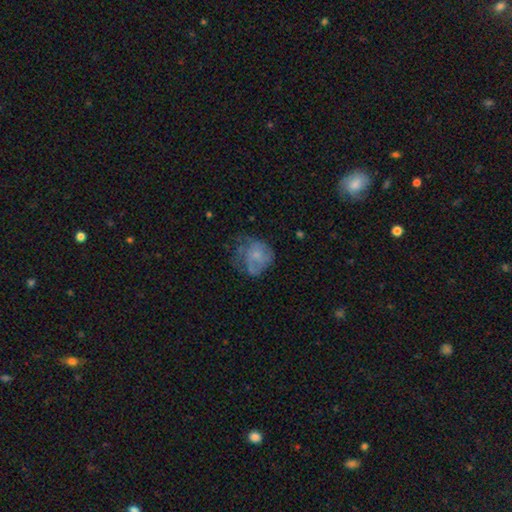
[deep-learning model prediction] This is possibly a smooth galaxy (49%). Merging: marginally major disturbance (36%).